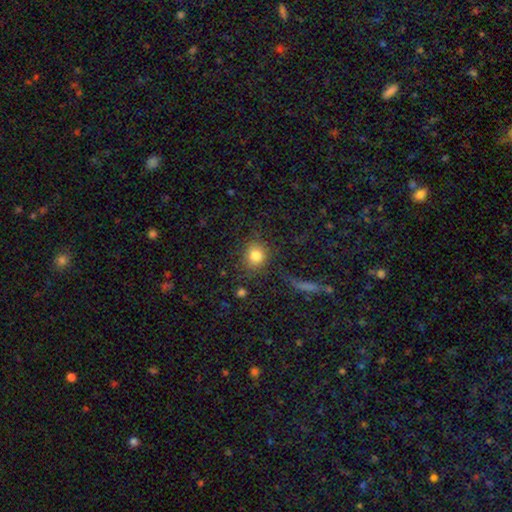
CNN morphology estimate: This appears to be a smooth galaxy with no disk features (81%) that is round (75%). Merging: none (77%).